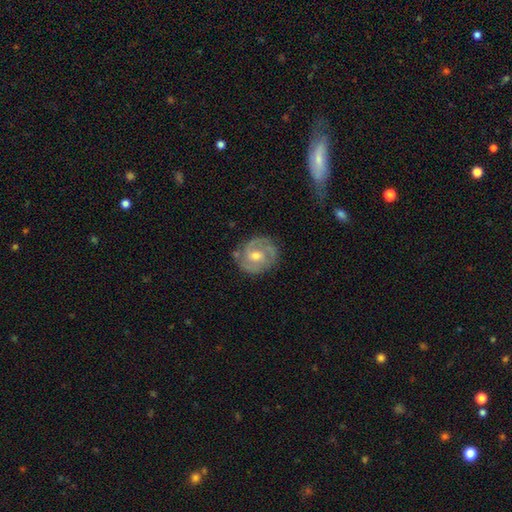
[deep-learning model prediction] Smooth or featured? featured or disk (81%)
Edge-on disk? no (98%)
Bar? no (48%)
Spiral arms? yes (92%)
Spiral winding? tight (50%)
Spiral arm count? 2 (69%)
Bulge size? moderate (66%)
Merging? none (76%)